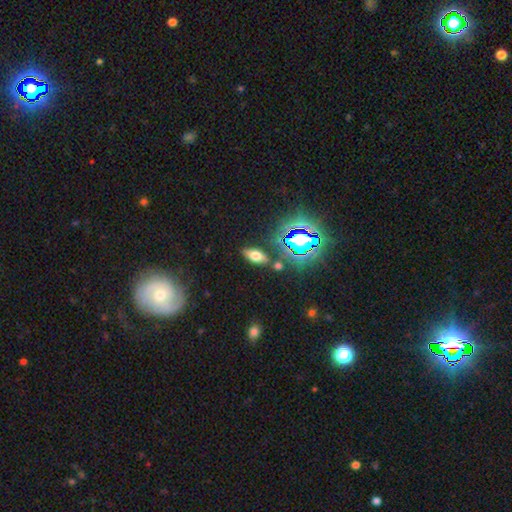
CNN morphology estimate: The model was most divided on "smooth or featured": smooth: 56%, star or artifact: 24%, featured or disk: 20%. More confident: merging — none (84%); how rounded — in between (78%).